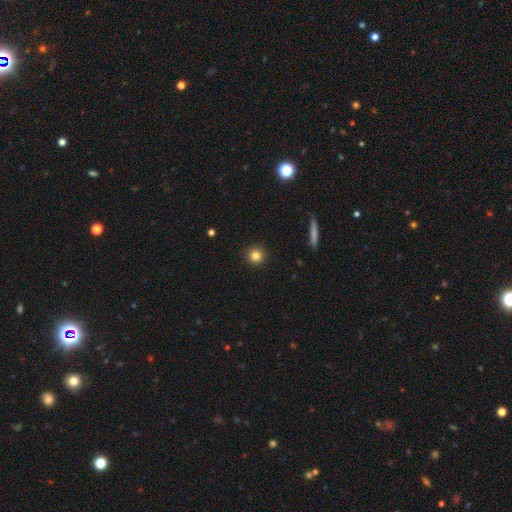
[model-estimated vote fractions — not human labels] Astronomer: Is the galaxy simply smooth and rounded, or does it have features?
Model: smooth — 83%.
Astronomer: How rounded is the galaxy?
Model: round — 95%.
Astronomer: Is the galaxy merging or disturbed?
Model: none — 93%.